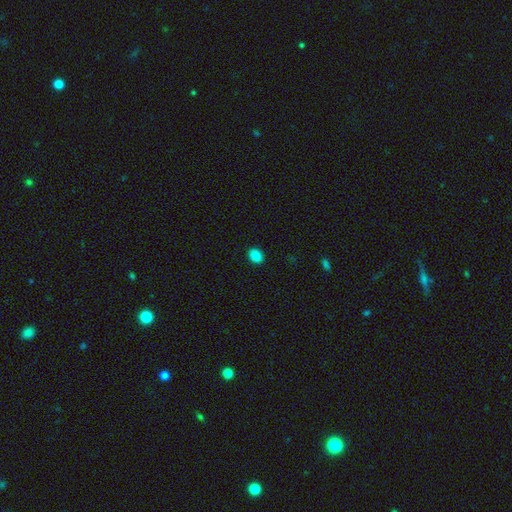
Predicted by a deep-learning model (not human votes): Smooth or featured?
  - smooth: 86% *
  - star or artifact: 10%
  - featured or disk: 4%
How rounded?
  - in between: 57% *
  - round: 42%
  - cigar-shaped: 1%
Merging?
  - none: 91% *
  - minor disturbance: 6%
  - major disturbance: 2%
  - merger: 1%